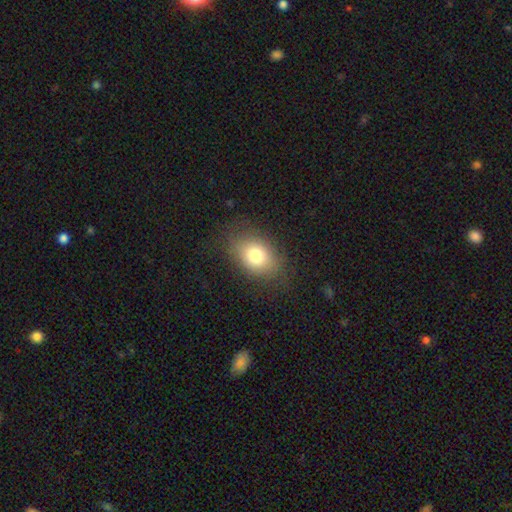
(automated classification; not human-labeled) smooth 77%, featured or disk 13%, star or artifact 11%. Down the decision tree: how rounded — in between (71%); merging — none (79%).